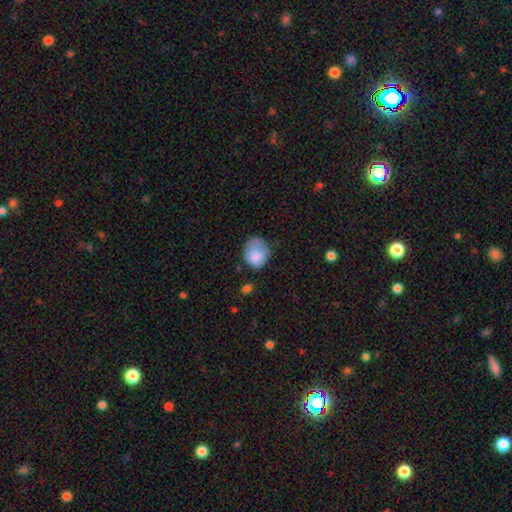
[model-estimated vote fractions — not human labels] A smooth galaxy with no disk features (80%) that is round (54%).

Vote fractions:
- Smooth or featured? smooth: 80% / featured or disk: 12% / star or artifact: 8%
- How rounded? round: 54% / in between: 45% / cigar-shaped: 1%
- Merging? none: 44% / minor disturbance: 35% / major disturbance: 16% / merger: 4%